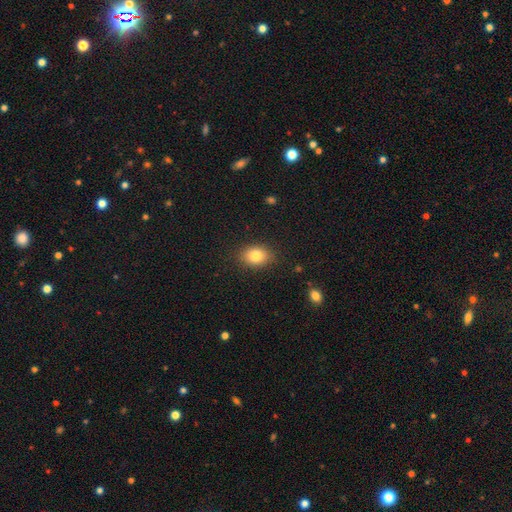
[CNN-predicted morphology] Overall: smooth (82%). How rounded: in between (68%; round 31%). Merging: none (87%).